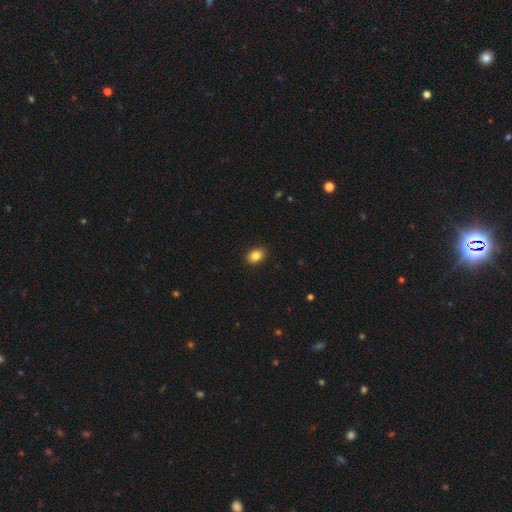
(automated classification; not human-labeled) Smooth or featured? Predicted: smooth (p=0.85). How rounded? Predicted: in between (p=0.69). Merging? Predicted: none (p=0.91).